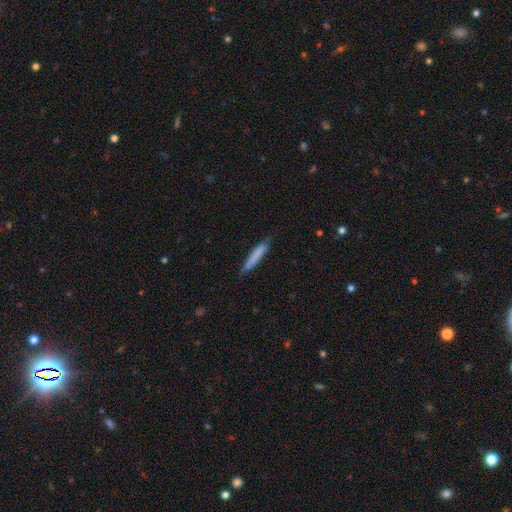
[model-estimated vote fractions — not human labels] Smooth or featured? smooth (78%)
How rounded? cigar-shaped (92%)
Merging? none (77%)